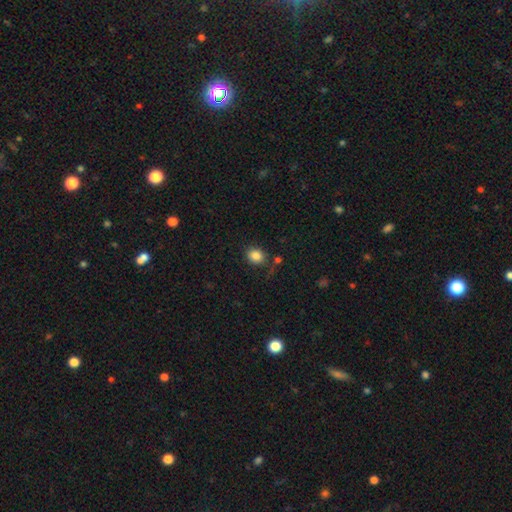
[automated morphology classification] Smooth or featured: smooth — 85% (star or artifact — 10%)
How rounded: round — 64% (in between — 35%)
Merging: none — 75% (minor disturbance — 13%)